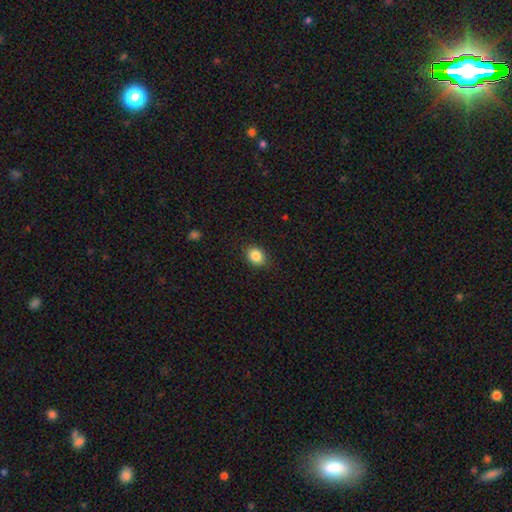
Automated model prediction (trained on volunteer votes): Q: Smooth or featured?
A: smooth (86%); runner-up: star or artifact (9%)
Q: How rounded?
A: in between (56%); runner-up: round (43%)
Q: Merging?
A: none (86%); runner-up: minor disturbance (11%)